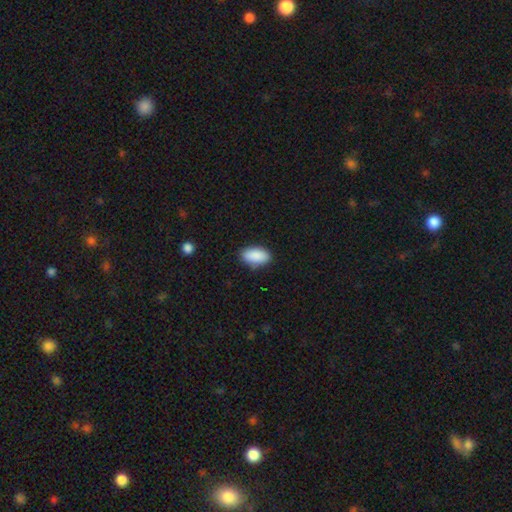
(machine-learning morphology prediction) Smooth or featured?
  - smooth: 90% *
  - star or artifact: 6%
  - featured or disk: 4%
How rounded?
  - in between: 93% *
  - round: 3%
  - cigar-shaped: 3%
Merging?
  - none: 84% *
  - minor disturbance: 12%
  - major disturbance: 2%
  - merger: 1%